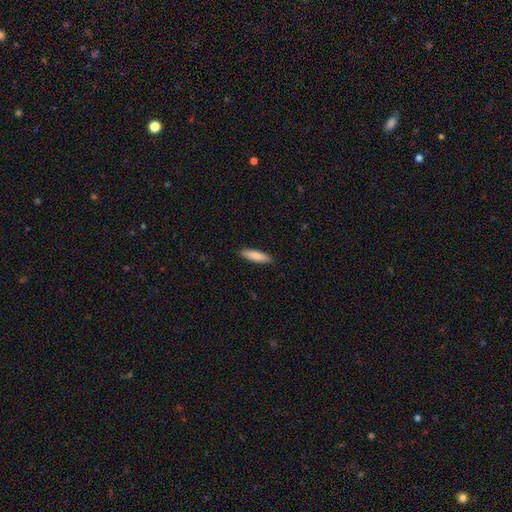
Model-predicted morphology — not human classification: The model was most divided on "how rounded": cigar-shaped: 70%, in between: 29%, round: 1%. More confident: merging — none (90%); smooth or featured — smooth (84%).